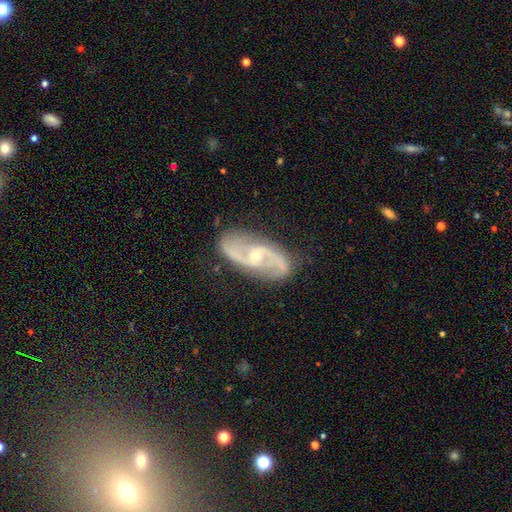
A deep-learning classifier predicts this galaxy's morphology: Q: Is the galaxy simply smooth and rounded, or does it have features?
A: featured or disk — 88%.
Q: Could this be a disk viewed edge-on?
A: no — 95%.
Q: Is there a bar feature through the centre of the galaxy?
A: no — 49%.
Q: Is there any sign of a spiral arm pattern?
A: yes — 97%.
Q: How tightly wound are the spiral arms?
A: medium — 49%.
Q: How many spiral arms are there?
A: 2 — 90%.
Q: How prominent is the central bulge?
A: small — 58%.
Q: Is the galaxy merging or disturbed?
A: none — 81%.